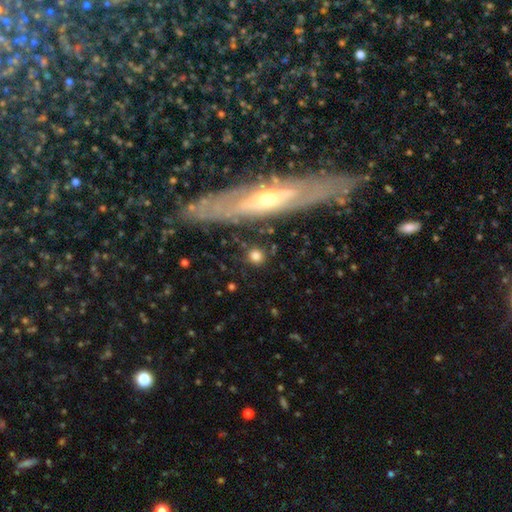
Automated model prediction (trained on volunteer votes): Smooth or featured? smooth (75%)
How rounded? round (87%)
Merging? none (82%)